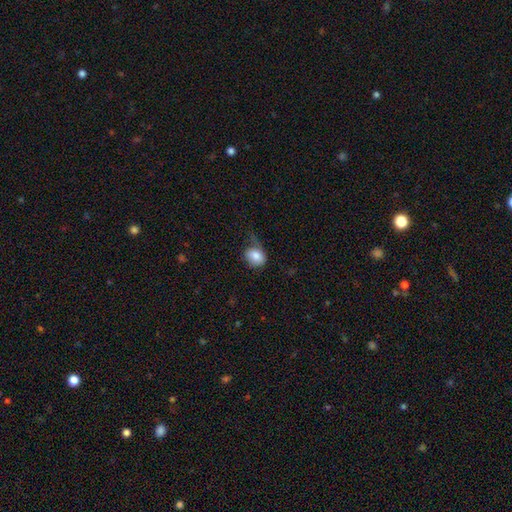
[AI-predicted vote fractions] The model was most divided on "merging": none: 38%, minor disturbance: 32%, major disturbance: 27%, merger: 3%. More confident: smooth or featured — smooth (81%); how rounded — in between (55%).